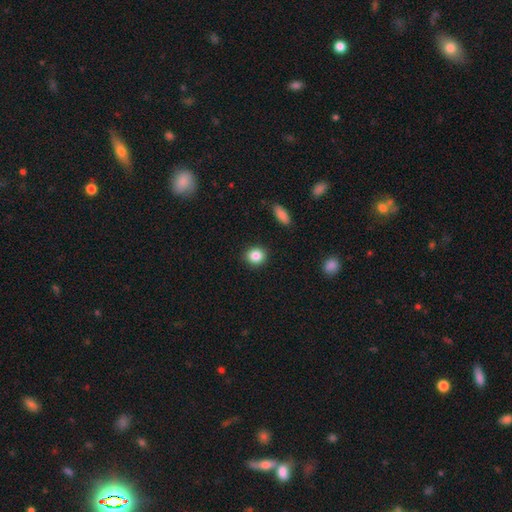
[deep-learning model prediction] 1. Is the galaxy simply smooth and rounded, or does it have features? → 85% smooth, 10% star or artifact, 5% featured or disk.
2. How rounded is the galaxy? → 81% round, 18% in between, 1% cigar-shaped.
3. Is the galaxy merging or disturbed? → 89% none, 7% minor disturbance, 2% major disturbance, 1% merger.